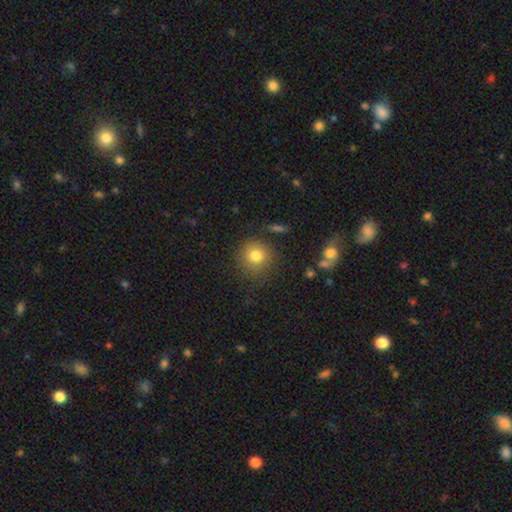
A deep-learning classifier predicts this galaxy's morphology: smooth_or_featured: smooth (p=0.80) [alt: star or artifact p=0.12]
how_rounded: round (p=0.92) [alt: in between p=0.07]
merging: none (p=0.84) [alt: minor disturbance p=0.10]